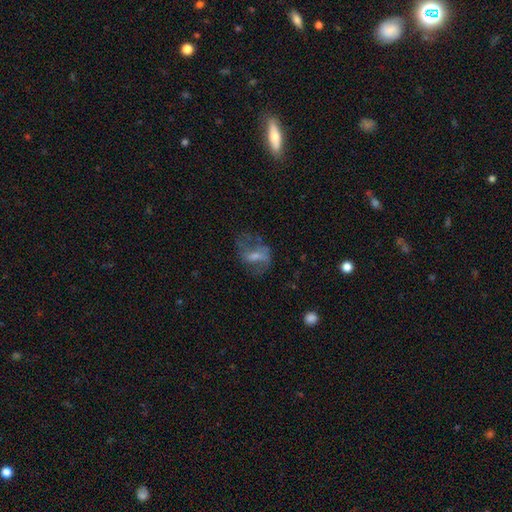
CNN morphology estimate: smooth_or_featured: featured or disk (p=0.59) [alt: smooth p=0.30]
disk_edge_on: no (p=0.95) [alt: yes p=0.05]
bar: weak (p=0.44) [alt: no p=0.34]
has_spiral_arms: yes (p=0.63) [alt: no p=0.37]
bulge_size: small (p=0.40) [alt: moderate p=0.36]
merging: none (p=0.47) [alt: major disturbance p=0.29]